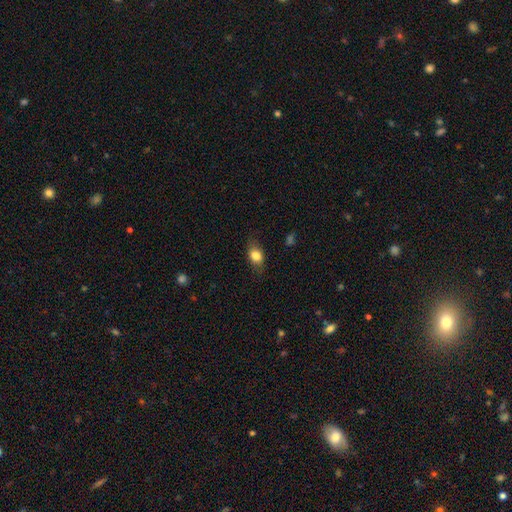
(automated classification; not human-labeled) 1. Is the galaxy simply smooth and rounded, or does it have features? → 79% smooth, 13% featured or disk, 8% star or artifact.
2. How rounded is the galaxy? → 79% in between, 16% round, 5% cigar-shaped.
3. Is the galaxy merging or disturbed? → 75% none, 18% minor disturbance, 5% major disturbance, 1% merger.